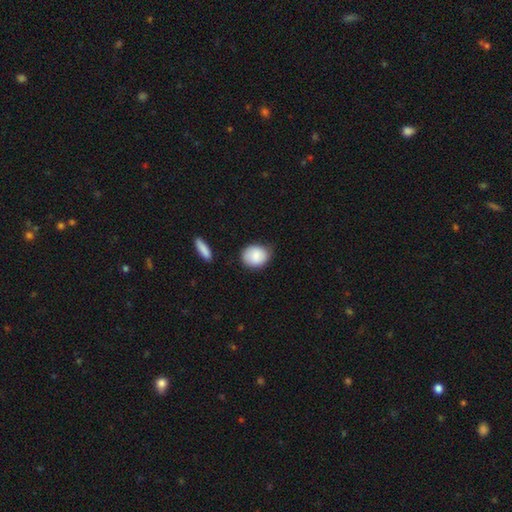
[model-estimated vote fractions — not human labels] smooth 85%, featured or disk 8%, star or artifact 7%. Down the decision tree: how rounded — round (57%); merging — none (70%).